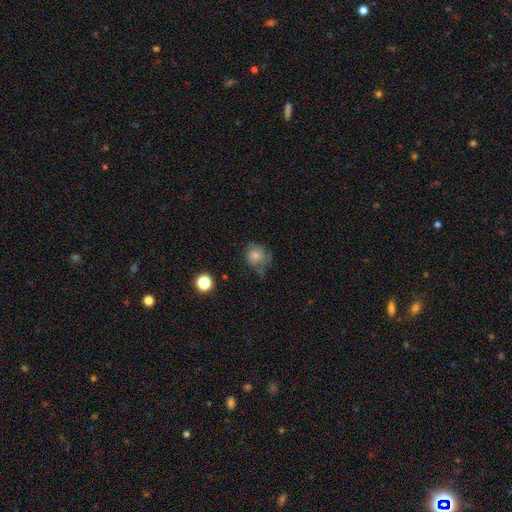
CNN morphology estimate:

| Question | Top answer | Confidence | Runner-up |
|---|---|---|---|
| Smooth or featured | smooth | 72% | featured or disk (18%) |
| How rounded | round | 82% | in between (17%) |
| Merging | none | 53% | minor disturbance (30%) |